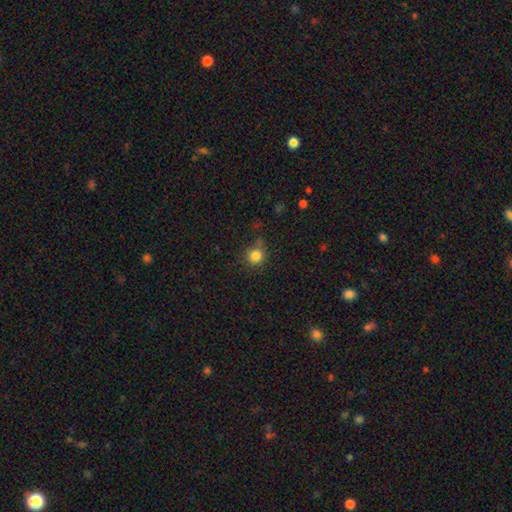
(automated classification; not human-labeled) smooth-or-featured: smooth: 83% | star or artifact: 12% | featured or disk: 5%
  how-rounded: round: 92% | in between: 7% | cigar-shaped: 1%
  merging: none: 76% | minor disturbance: 14% | merger: 6% | major disturbance: 4%